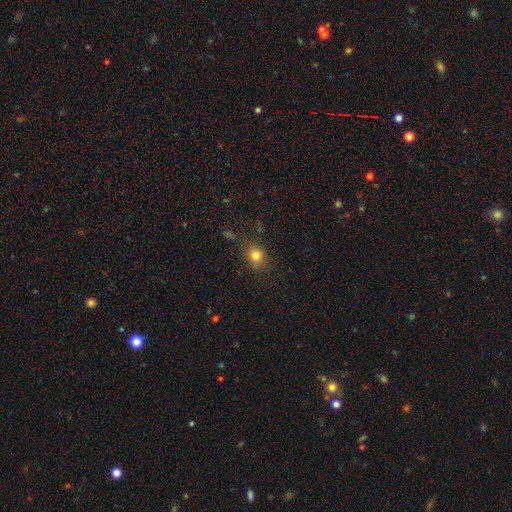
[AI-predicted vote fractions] Morphology: type=smooth (79%); roundness=round (70%); merging=none (79%).